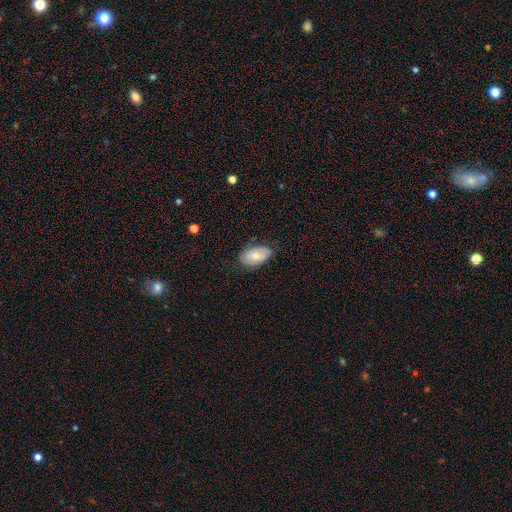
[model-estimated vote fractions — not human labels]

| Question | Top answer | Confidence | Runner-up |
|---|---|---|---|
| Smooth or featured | smooth | 62% | featured or disk (31%) |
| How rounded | in between | 93% | round (6%) |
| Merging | none | 71% | minor disturbance (23%) |